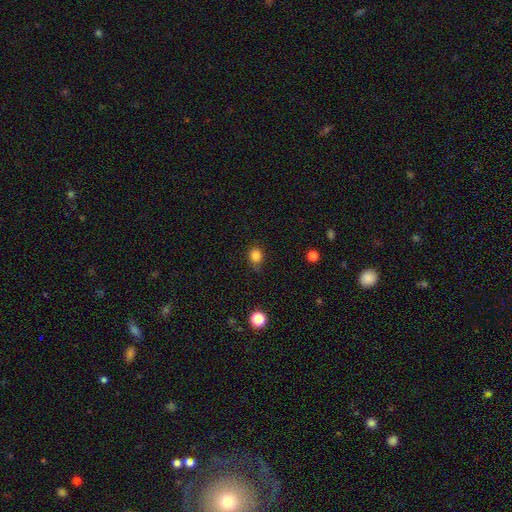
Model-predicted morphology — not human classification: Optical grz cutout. It shows a smooth galaxy with no disk features (83%) that is round (63%). Merging: none (71%).